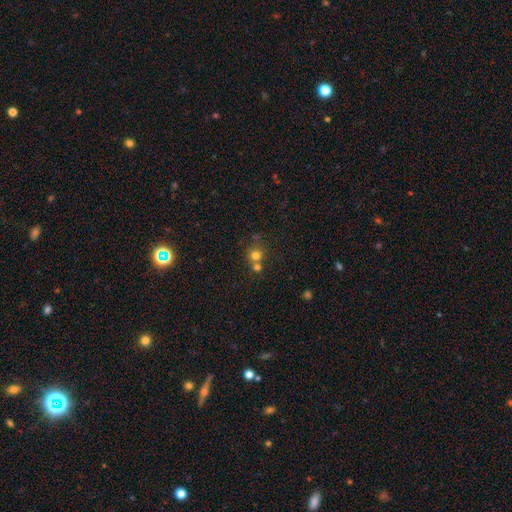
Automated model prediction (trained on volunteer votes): Smooth or featured?
  - smooth: 73% *
  - star or artifact: 17%
  - featured or disk: 10%
How rounded?
  - round: 88% *
  - in between: 11%
  - cigar-shaped: 1%
Merging?
  - none: 51% *
  - merger: 40%
  - minor disturbance: 6%
  - major disturbance: 3%